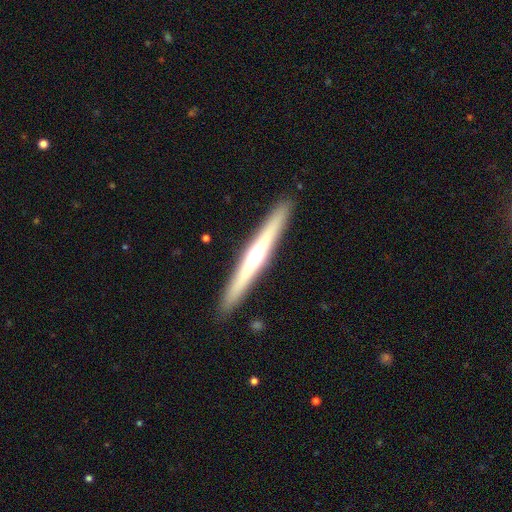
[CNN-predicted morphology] Smooth or featured? Predicted: featured or disk (p=0.58). Edge-on disk? Predicted: yes (p=0.97). Edge-on bulge? Predicted: rounded (p=0.54). Merging? Predicted: none (p=0.91).